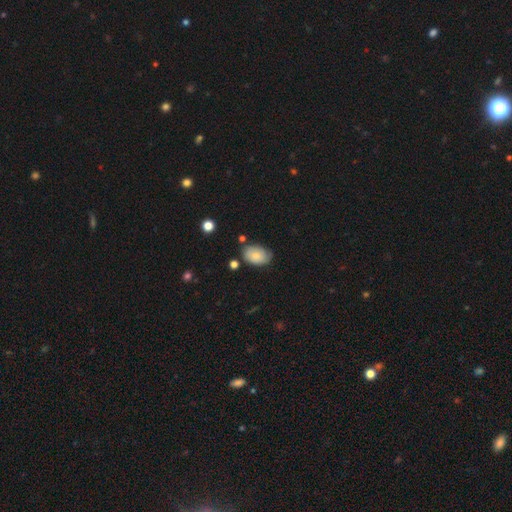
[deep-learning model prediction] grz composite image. It shows a smooth galaxy with no disk features (77%) that is in between round and cigar-shaped (88%). Merging: none (66%).